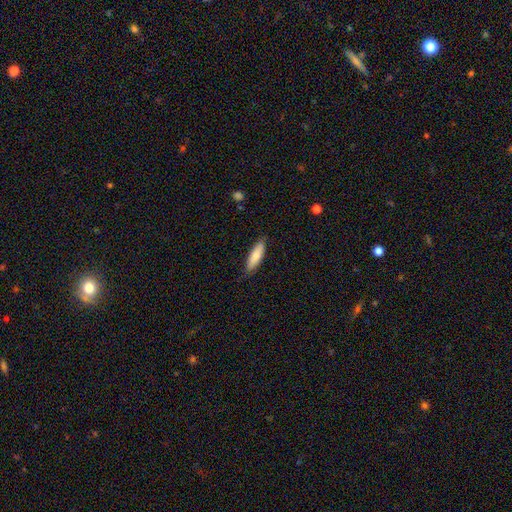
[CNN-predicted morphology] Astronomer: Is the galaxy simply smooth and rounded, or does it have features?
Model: smooth — 79%.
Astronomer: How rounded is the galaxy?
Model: cigar-shaped — 58% (runner-up: in between, 41%).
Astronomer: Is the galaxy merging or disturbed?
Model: none — 84%.